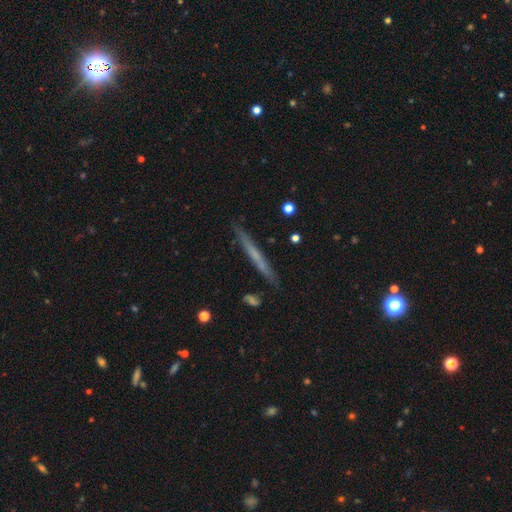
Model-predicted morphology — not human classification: type=featured or disk (47%); merging=none (88%).